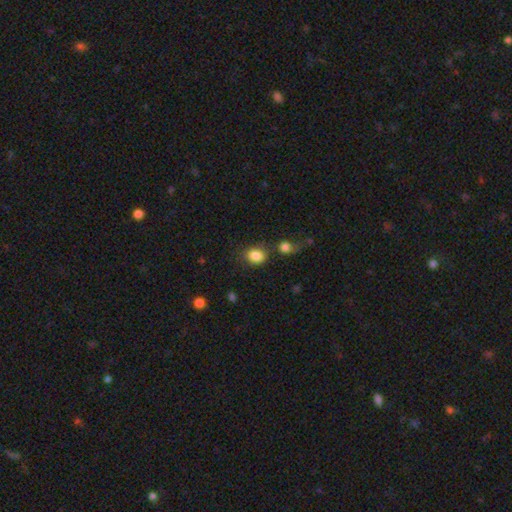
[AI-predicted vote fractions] This appears to be a smooth galaxy with no disk features (85%) that is round (53%). Merging: none (64%).